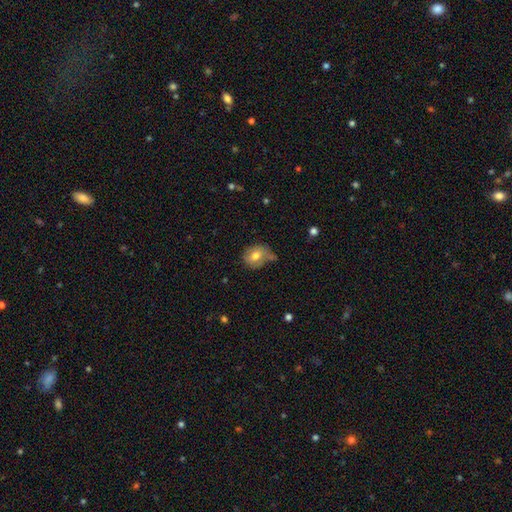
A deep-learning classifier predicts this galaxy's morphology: This appears to be a smooth galaxy with no disk features (71%) that is round (60%). Merging: none (50%).